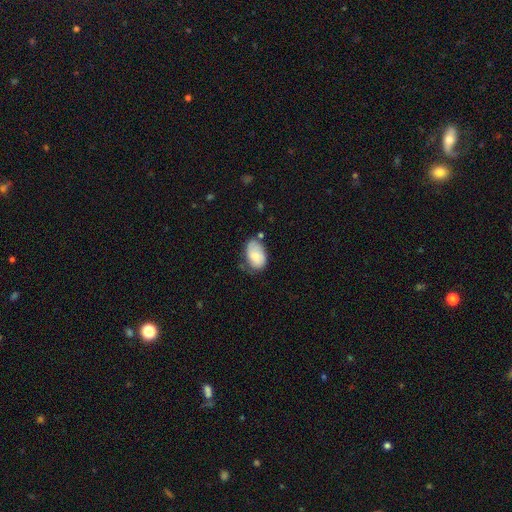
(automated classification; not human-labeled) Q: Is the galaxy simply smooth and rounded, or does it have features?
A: smooth — 72%.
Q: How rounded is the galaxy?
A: in between — 90%.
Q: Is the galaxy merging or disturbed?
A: none — 53%.